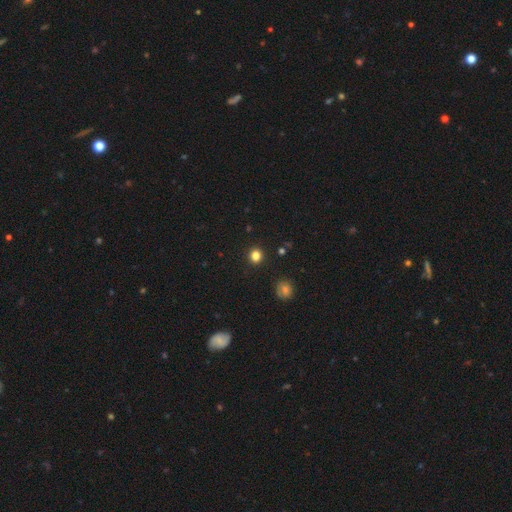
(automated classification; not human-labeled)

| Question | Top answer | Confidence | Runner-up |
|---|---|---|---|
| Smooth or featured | smooth | 83% | star or artifact (13%) |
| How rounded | round | 88% | in between (11%) |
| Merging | none | 91% | minor disturbance (5%) |